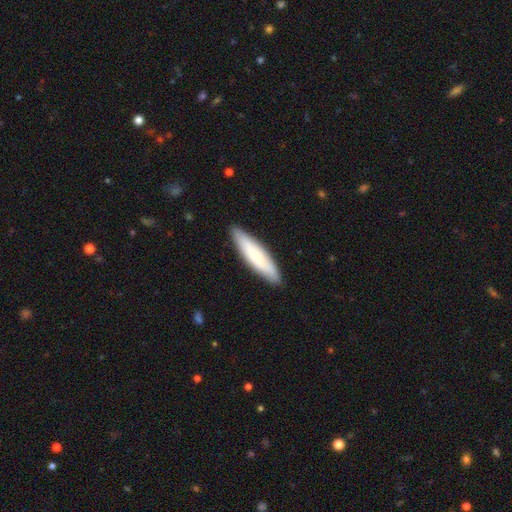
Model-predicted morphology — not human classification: This appears to be a smooth galaxy with no disk features (72%) that is cigar-shaped (77%). Merging: none (88%).